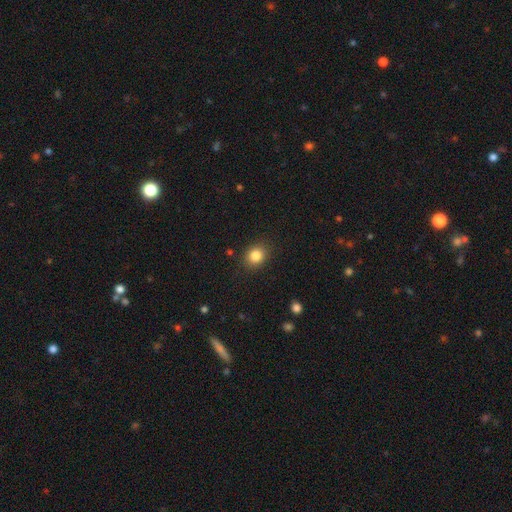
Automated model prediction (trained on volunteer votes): Smooth or featured? smooth (84%)
How rounded? round (66%)
Merging? none (87%)